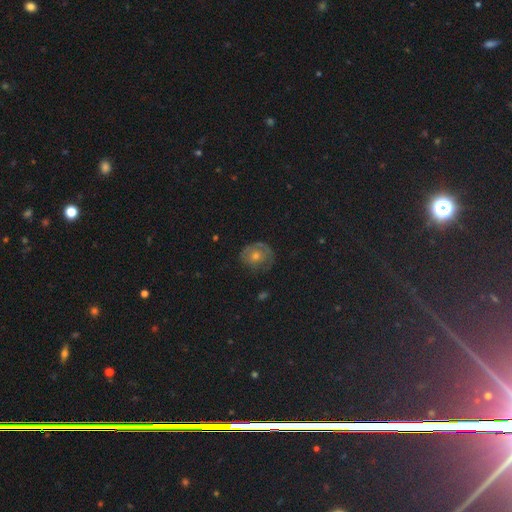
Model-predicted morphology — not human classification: smooth-or-featured: featured or disk: 37% | smooth: 35% | star or artifact: 29%
  merging: none: 75% | minor disturbance: 17% | major disturbance: 7% | merger: 2%